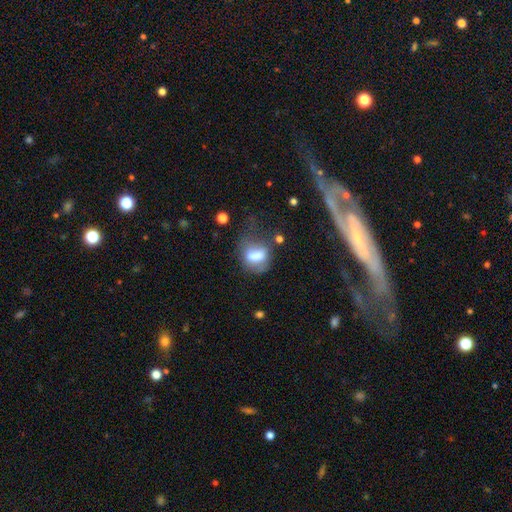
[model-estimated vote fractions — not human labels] Overall: smooth (68%). How rounded: in between (67%; round 29%). Merging: major disturbance (32%, tied with none).